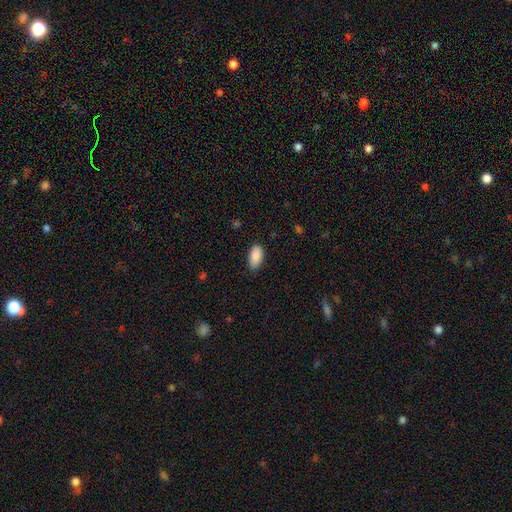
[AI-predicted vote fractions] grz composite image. It shows a smooth galaxy with no disk features (90%) that is in between round and cigar-shaped (94%). Merging: none (83%).